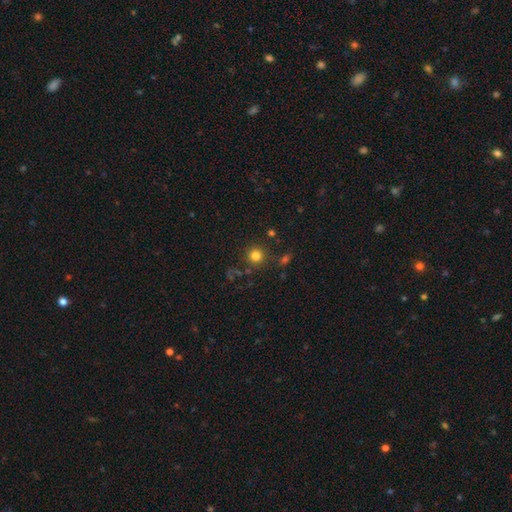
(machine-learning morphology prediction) A smooth galaxy with no disk features (80%) that is round (94%).

Vote fractions:
- Smooth or featured? smooth: 80% / star or artifact: 14% / featured or disk: 6%
- How rounded? round: 94% / in between: 5% / cigar-shaped: 1%
- Merging? none: 84% / minor disturbance: 8% / merger: 4% / major disturbance: 3%